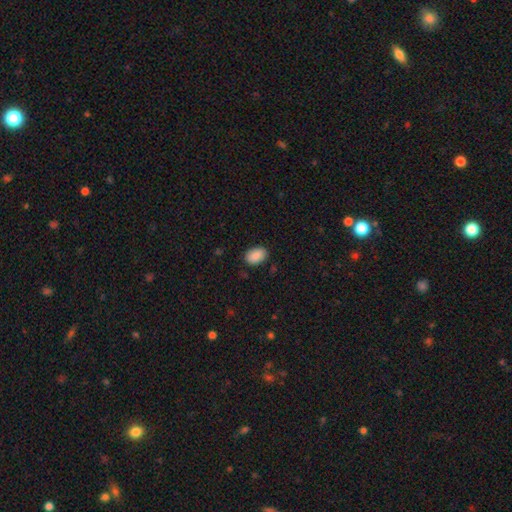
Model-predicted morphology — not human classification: This is clearly a smooth galaxy (90%). How rounded: clearly in between (85%). Merging: clearly none (86%).